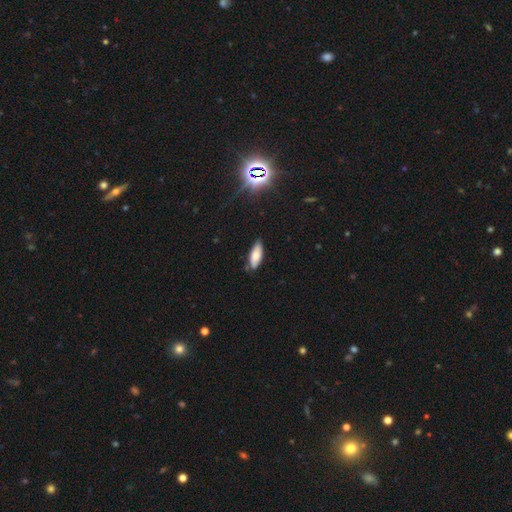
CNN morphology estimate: smooth_or_featured: smooth (p=0.75) [alt: featured or disk p=0.17]
how_rounded: in between (p=0.72) [alt: cigar-shaped p=0.26]
merging: none (p=0.76) [alt: minor disturbance p=0.20]